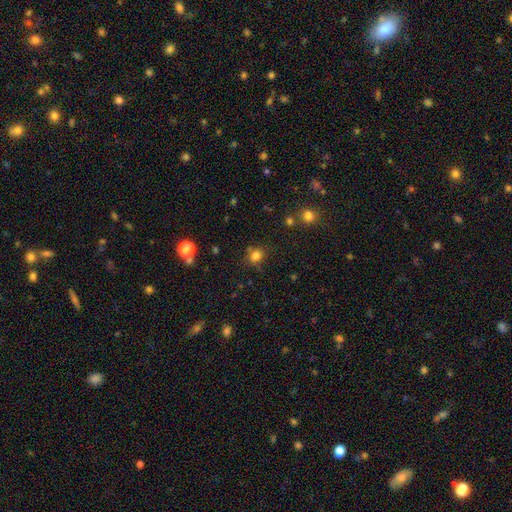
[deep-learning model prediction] smooth_or_featured: smooth (p=0.79) [alt: star or artifact p=0.16]
how_rounded: round (p=0.78) [alt: in between p=0.21]
merging: none (p=0.76) [alt: minor disturbance p=0.13]